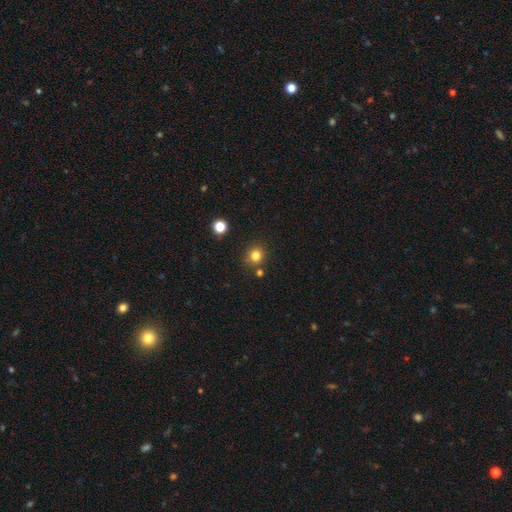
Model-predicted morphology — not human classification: Smooth or featured?
  - smooth: 80% *
  - star or artifact: 14%
  - featured or disk: 6%
How rounded?
  - round: 90% *
  - in between: 9%
  - cigar-shaped: 1%
Merging?
  - none: 82% *
  - minor disturbance: 9%
  - merger: 7%
  - major disturbance: 3%